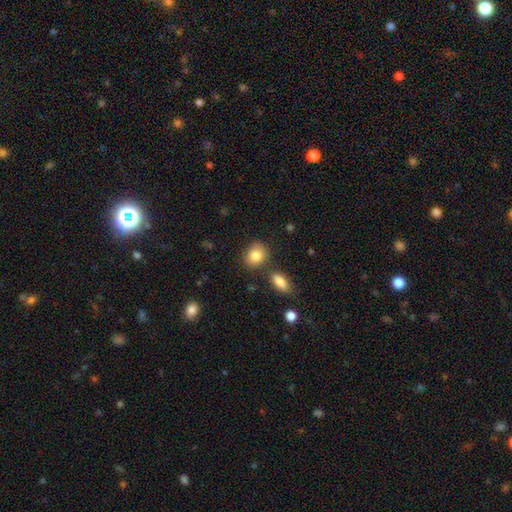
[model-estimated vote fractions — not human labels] Smooth or featured?
  - smooth: 85% *
  - featured or disk: 8%
  - star or artifact: 7%
How rounded?
  - round: 55% *
  - in between: 44%
  - cigar-shaped: 1%
Merging?
  - none: 73% *
  - minor disturbance: 13%
  - merger: 11%
  - major disturbance: 3%